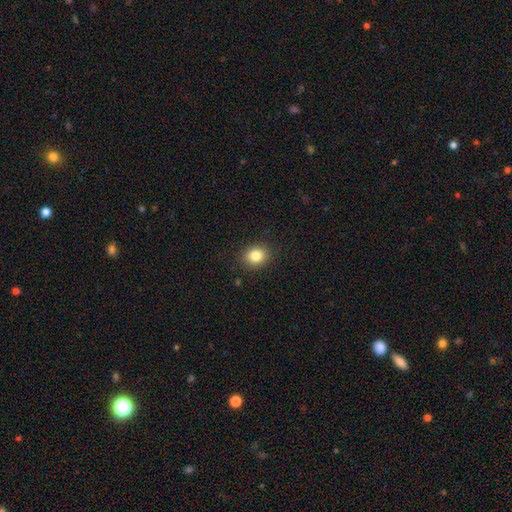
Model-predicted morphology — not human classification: The model was most divided on "how rounded": round: 63%, in between: 36%, cigar-shaped: 1%. More confident: merging — none (89%); smooth or featured — smooth (84%).